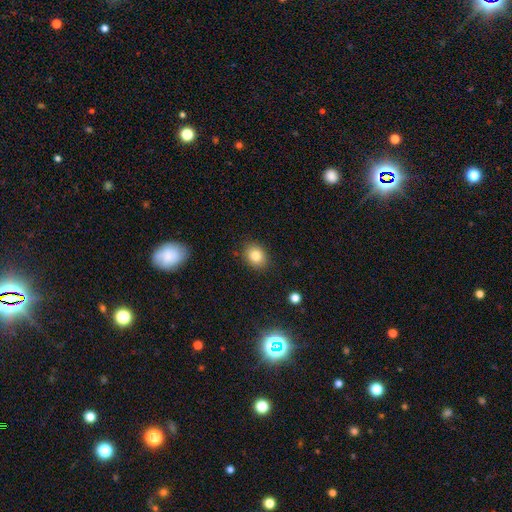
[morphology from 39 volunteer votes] Smooth or featured: smooth — 85% (featured or disk — 8%)
How rounded: round — 58% (in between — 42%)
Merging: none — 86% (minor disturbance — 8%)